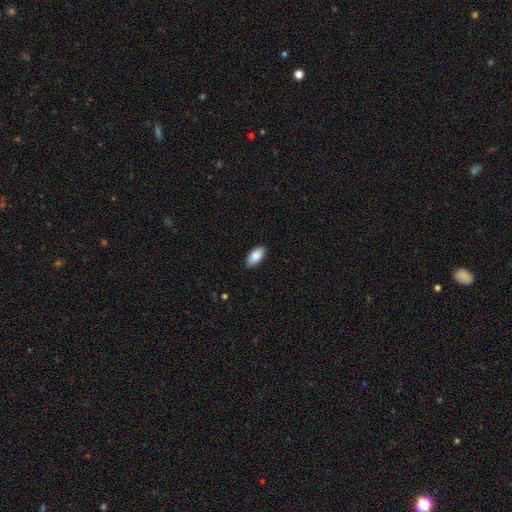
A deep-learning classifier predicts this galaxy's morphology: A smooth galaxy with no disk features (87%) that is in between round and cigar-shaped (94%). Merging: none (89%).